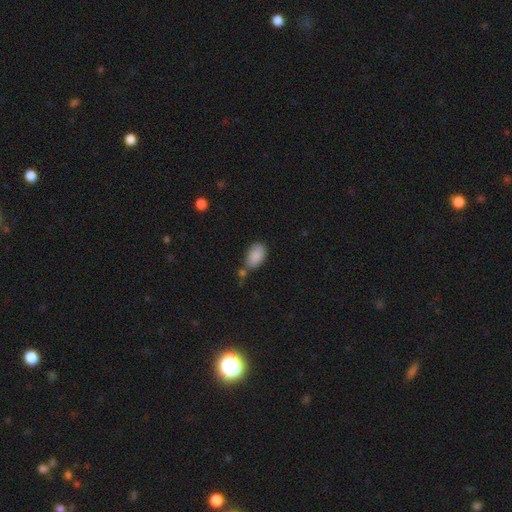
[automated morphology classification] Smooth or featured: smooth — 88% (star or artifact — 7%)
How rounded: in between — 93% (round — 5%)
Merging: none — 61% (minor disturbance — 18%)